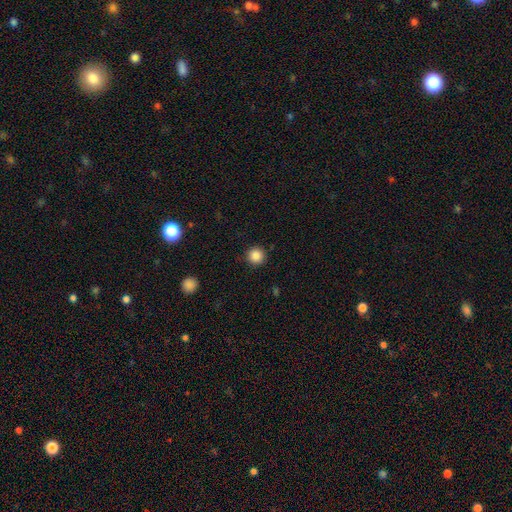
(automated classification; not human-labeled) Smooth or featured? Predicted: smooth (p=0.86). How rounded? Predicted: round (p=0.95). Merging? Predicted: none (p=0.90).